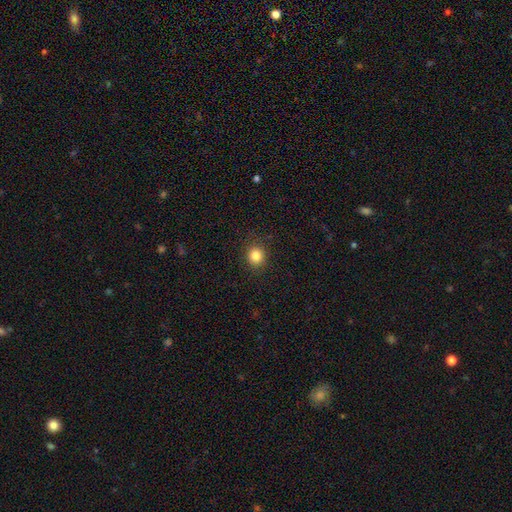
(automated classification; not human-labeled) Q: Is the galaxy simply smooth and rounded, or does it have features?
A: smooth — 84%.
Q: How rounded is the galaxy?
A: round — 86%.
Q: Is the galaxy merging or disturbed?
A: none — 90%.